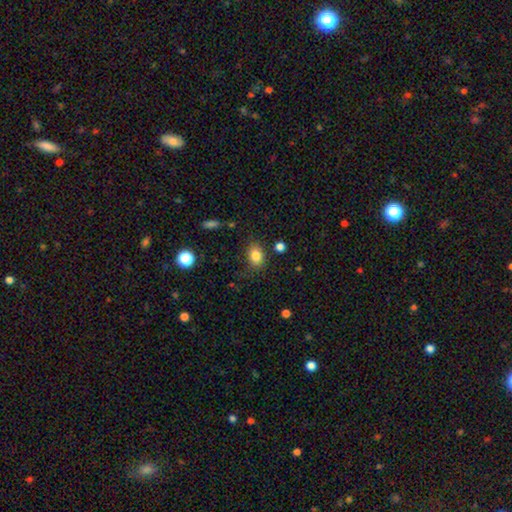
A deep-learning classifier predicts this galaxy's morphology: This appears to be a smooth galaxy with no disk features (82%) that is in between round and cigar-shaped (66%). Merging: none (79%).